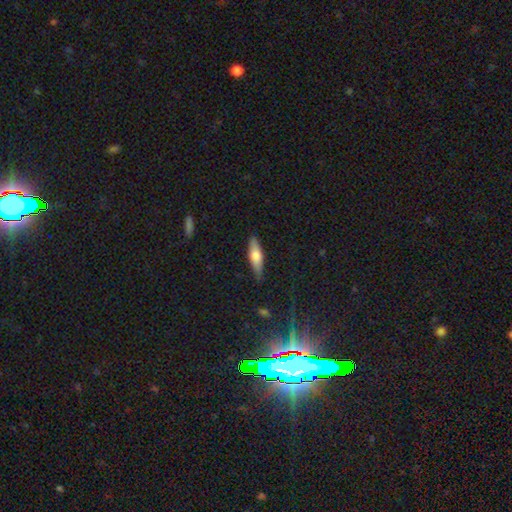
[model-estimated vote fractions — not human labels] Morphology: type=smooth (60%); roundness=cigar-shaped (57%); merging=none (84%).